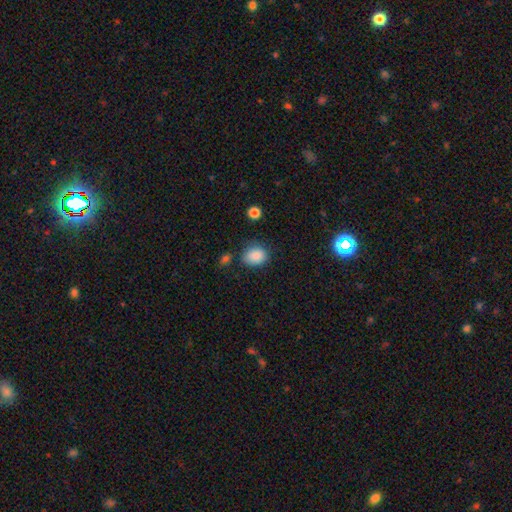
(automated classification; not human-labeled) Overall: smooth (86%). How rounded: in between (54%; round 45%). Merging: none (69%).